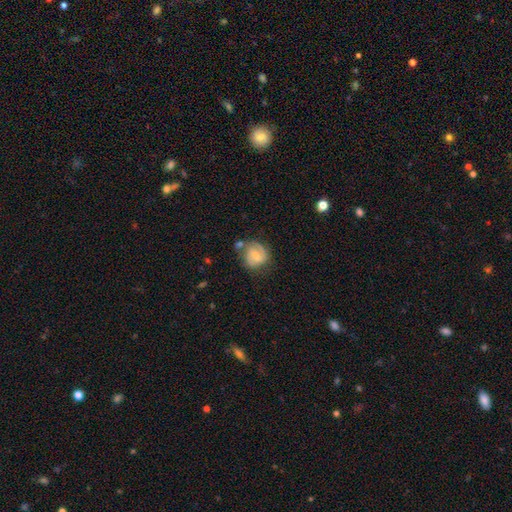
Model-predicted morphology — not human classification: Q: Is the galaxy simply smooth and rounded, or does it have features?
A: featured or disk — 63%.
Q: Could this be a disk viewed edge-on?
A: no — 98%.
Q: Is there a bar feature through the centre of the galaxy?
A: weak — 54%.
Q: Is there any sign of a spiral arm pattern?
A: yes — 88%.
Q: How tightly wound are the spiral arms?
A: medium — 44%.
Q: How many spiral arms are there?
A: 2 — 72%.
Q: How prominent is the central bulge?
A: small — 48%.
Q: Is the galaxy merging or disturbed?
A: none — 57%.